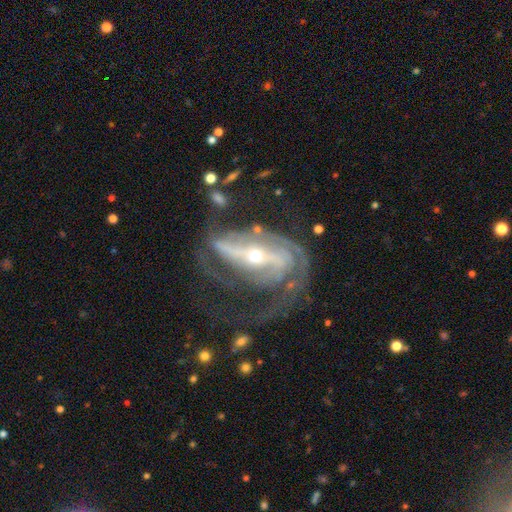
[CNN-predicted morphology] A featured or disk galaxy (87%) with a strong bar (59%), 2 (51%) medium (41%) spiral arms (91%) and a small central bulge (62%).

Vote fractions:
- Smooth or featured? featured or disk: 87% / smooth: 7% / star or artifact: 6%
- Edge-on disk? no: 93% / yes: 7%
- Bar? strong: 59% / weak: 23% / no: 18%
- Spiral arms? yes: 91% / no: 9%
- Spiral winding? medium: 41% / tight: 35% / loose: 23%
- Spiral arm count? 2: 51% / can't tell: 18% / 1: 14% / 3: 10% / 4: 4% / more than 4: 3%
- Bulge size? small: 62% / moderate: 34% / large: 2% / dominant: 1% / none: 1%
- Merging? major disturbance: 40% / none: 38% / minor disturbance: 18% / merger: 4%